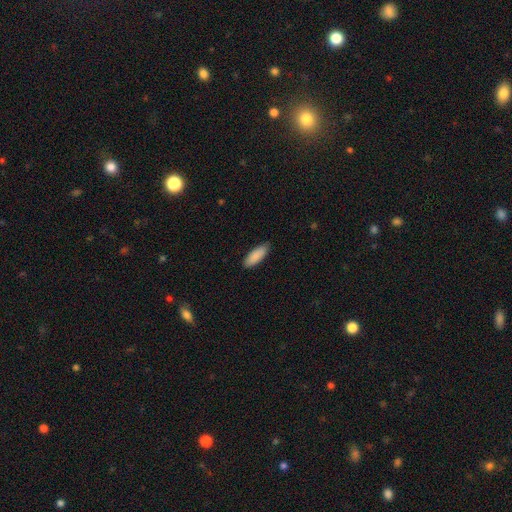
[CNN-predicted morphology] smooth_or_featured: smooth (p=0.89) [alt: star or artifact p=0.06]
how_rounded: in between (p=0.67) [alt: cigar-shaped p=0.32]
merging: none (p=0.86) [alt: minor disturbance p=0.11]